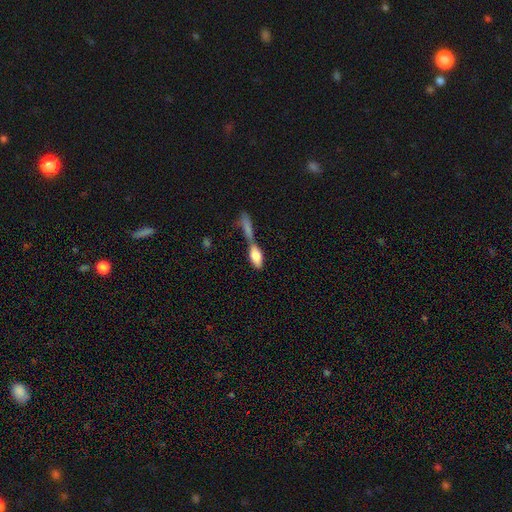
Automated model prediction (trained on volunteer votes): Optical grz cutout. It shows a smooth galaxy with no disk features (74%) that is in between round and cigar-shaped (75%). Merging: merger (56%).